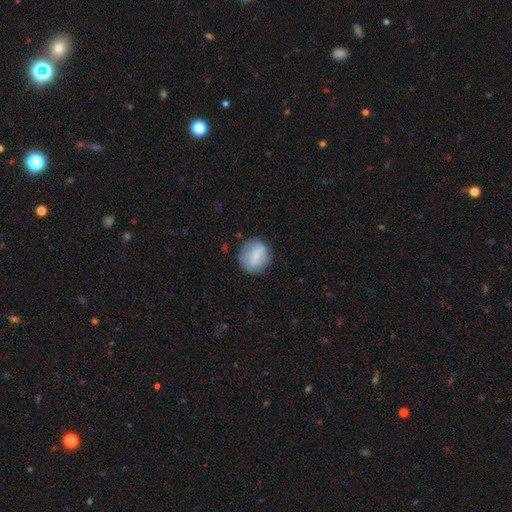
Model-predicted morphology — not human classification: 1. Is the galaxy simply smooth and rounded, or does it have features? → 69% smooth, 23% featured or disk, 7% star or artifact.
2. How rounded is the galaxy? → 70% round, 28% in between, 2% cigar-shaped.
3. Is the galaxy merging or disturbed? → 77% none, 16% minor disturbance, 5% major disturbance, 2% merger.